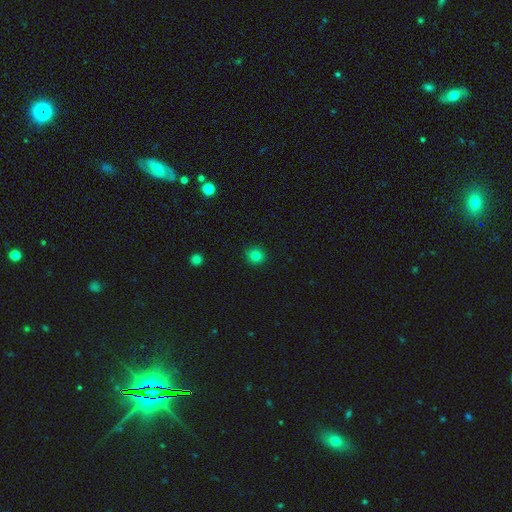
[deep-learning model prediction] Overall: smooth (82%). How rounded: round (91%). Merging: none (91%).